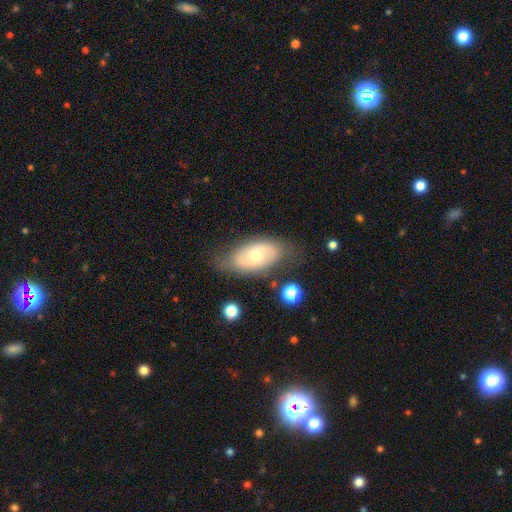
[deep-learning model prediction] Q: Smooth or featured?
A: featured or disk (47%); runner-up: smooth (45%)
Q: Merging?
A: none (66%); runner-up: minor disturbance (22%)